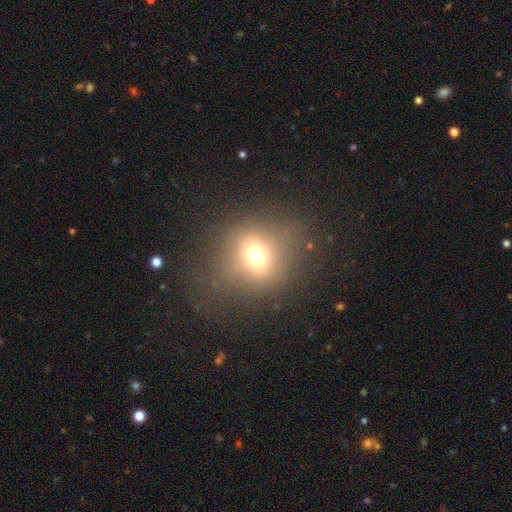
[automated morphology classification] smooth 67%, star or artifact 18%, featured or disk 14%. Down the decision tree: how rounded — round (74%); merging — none (72%).